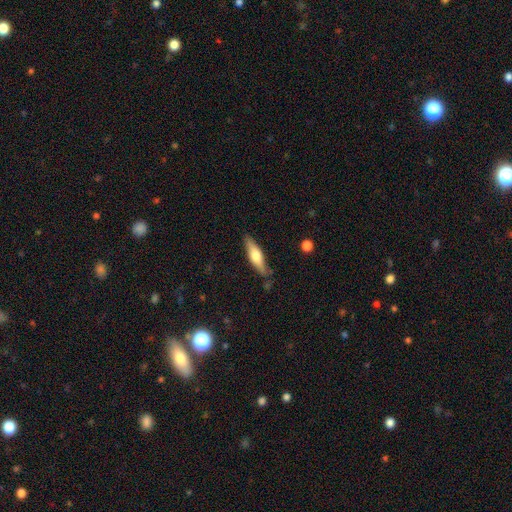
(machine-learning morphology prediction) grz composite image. It shows a smooth galaxy with no disk features (56%) that is cigar-shaped (68%). Merging: none (81%).